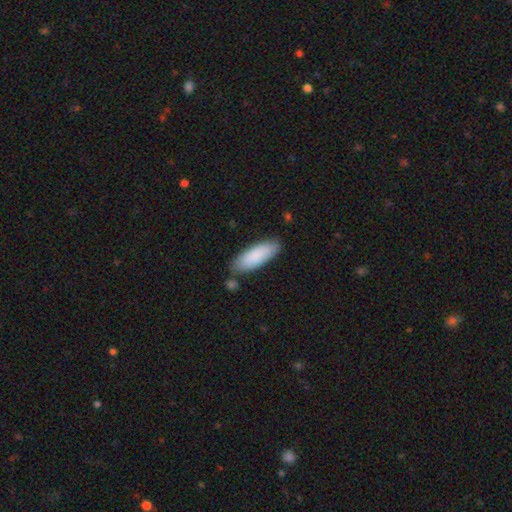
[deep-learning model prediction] This appears to be a smooth galaxy with no disk features (87%) that is in between round and cigar-shaped (62%). Merging: none (78%).